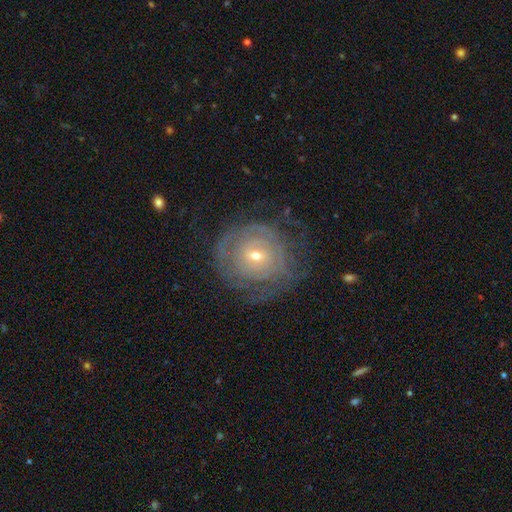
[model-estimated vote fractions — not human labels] Morphology: type=featured or disk (74%); edge-on=no (96%); bar=no (62%); spiral arms=yes (80%); winding=tight (76%); arm count=can't tell (59%); bulge=small (65%); merging=none (67%).